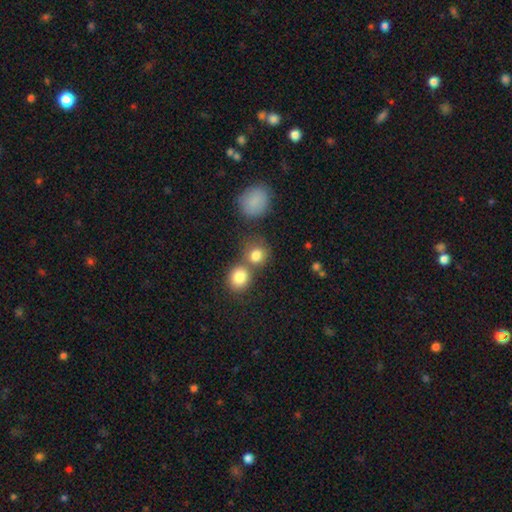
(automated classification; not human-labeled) smooth_or_featured: smooth (p=0.82) [alt: star or artifact p=0.11]
how_rounded: round (p=0.82) [alt: in between p=0.16]
merging: none (p=0.53) [alt: merger p=0.34]